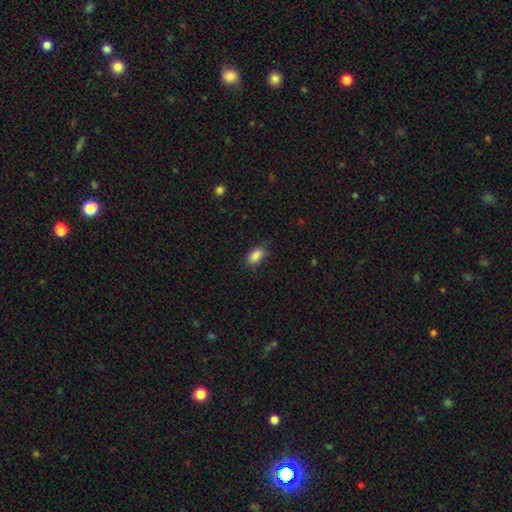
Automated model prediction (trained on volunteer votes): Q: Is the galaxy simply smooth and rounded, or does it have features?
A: smooth — 88%.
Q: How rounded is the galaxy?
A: in between — 90%.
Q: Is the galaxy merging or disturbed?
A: none — 80%.